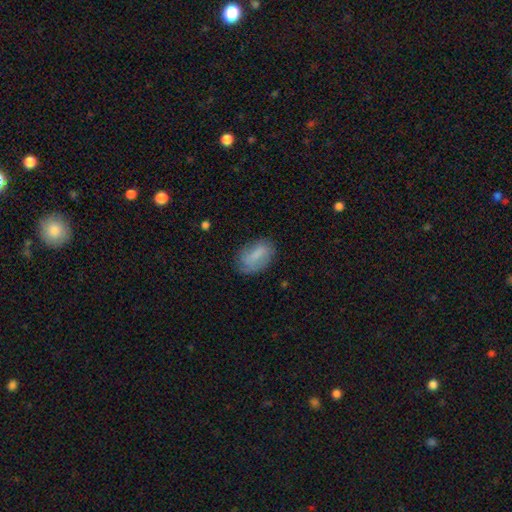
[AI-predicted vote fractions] smooth 74%, featured or disk 19%, star or artifact 7%. Down the decision tree: how rounded — in between (88%); merging — none (68%).